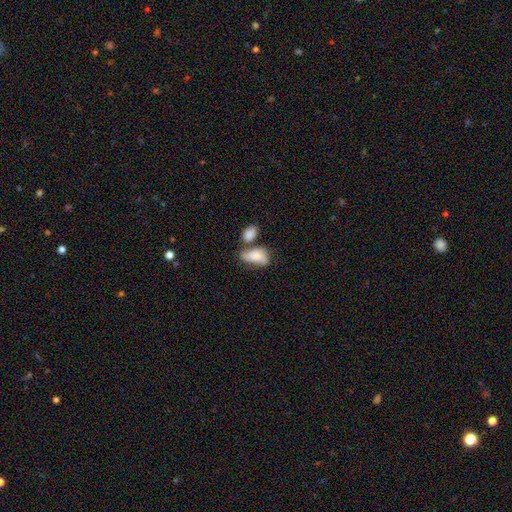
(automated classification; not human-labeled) Overall: smooth (72%). How rounded: in between (90%). Merging: merger (45%; none 27%).